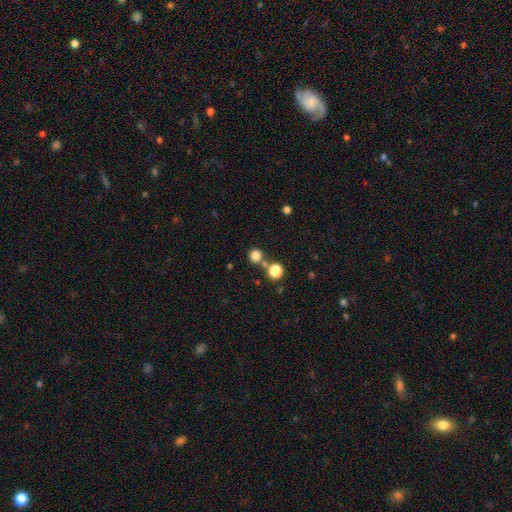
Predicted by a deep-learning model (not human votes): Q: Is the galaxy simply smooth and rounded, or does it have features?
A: smooth — 80%.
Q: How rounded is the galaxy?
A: round — 91%.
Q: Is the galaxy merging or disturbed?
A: none — 65%.